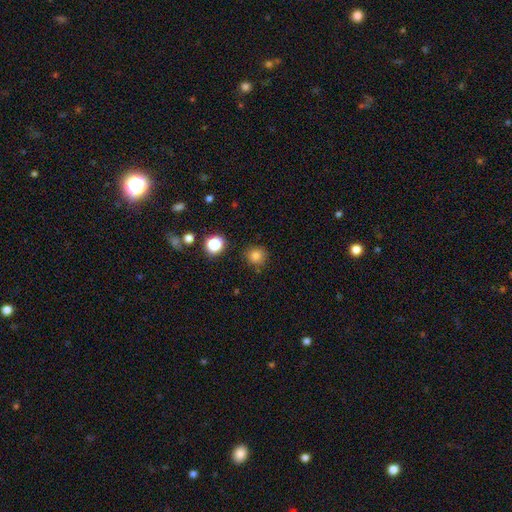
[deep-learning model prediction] Smooth or featured? Predicted: smooth (p=0.81). How rounded? Predicted: round (p=0.91). Merging? Predicted: none (p=0.85).